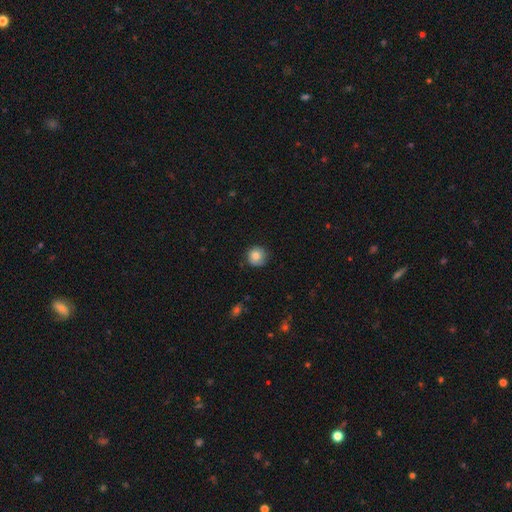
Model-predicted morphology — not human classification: Smooth or featured?
  - smooth: 78% *
  - featured or disk: 13%
  - star or artifact: 9%
How rounded?
  - round: 93% *
  - in between: 6%
  - cigar-shaped: 1%
Merging?
  - none: 81% *
  - minor disturbance: 15%
  - major disturbance: 3%
  - merger: 1%